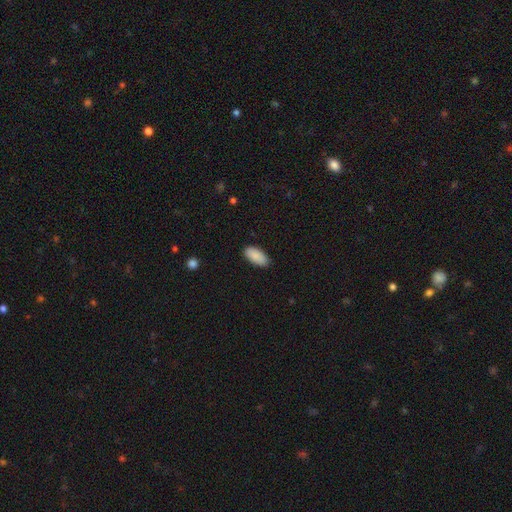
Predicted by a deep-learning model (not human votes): Morphology: type=smooth (90%); roundness=in between (91%); merging=none (87%).